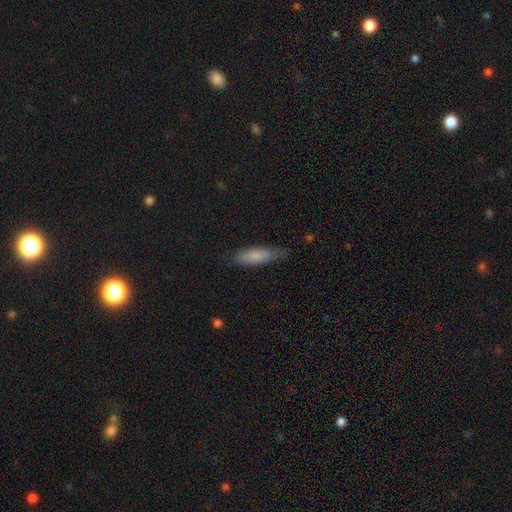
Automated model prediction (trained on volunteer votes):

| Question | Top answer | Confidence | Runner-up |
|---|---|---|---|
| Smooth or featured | smooth | 81% | featured or disk (13%) |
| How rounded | cigar-shaped | 56% | in between (42%) |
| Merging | none | 73% | minor disturbance (21%) |